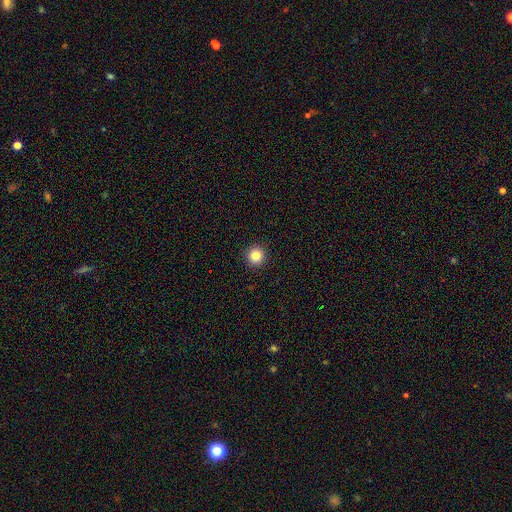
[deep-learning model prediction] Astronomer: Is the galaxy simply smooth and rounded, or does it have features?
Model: smooth — 84%.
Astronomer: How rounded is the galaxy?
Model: round — 95%.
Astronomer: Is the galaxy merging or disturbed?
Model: none — 94%.